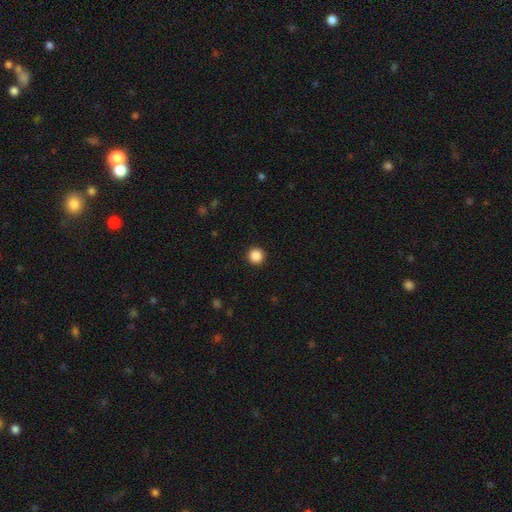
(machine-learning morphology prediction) Smooth or featured?
  - smooth: 88% *
  - star or artifact: 10%
  - featured or disk: 2%
How rounded?
  - round: 96% *
  - in between: 4%
  - cigar-shaped: 1%
Merging?
  - none: 93% *
  - minor disturbance: 4%
  - major disturbance: 2%
  - merger: 1%